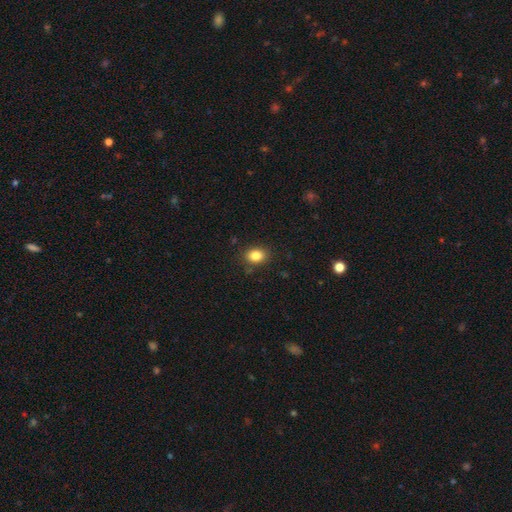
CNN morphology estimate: smooth_or_featured: smooth (p=0.84) [alt: star or artifact p=0.10]
how_rounded: in between (p=0.61) [alt: round p=0.38]
merging: none (p=0.86) [alt: minor disturbance p=0.10]